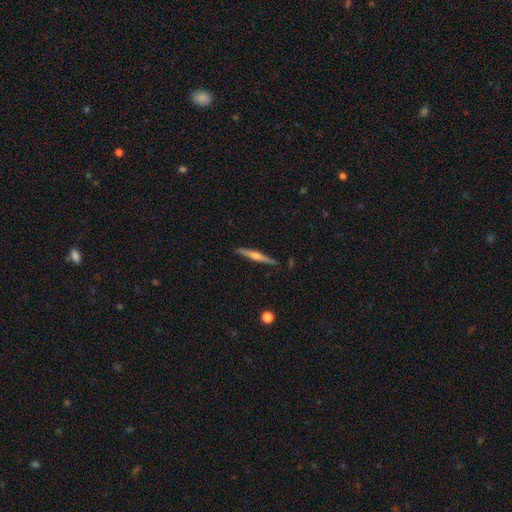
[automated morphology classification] Smooth or featured: featured or disk — 67% (smooth — 27%)
Edge-on disk: yes — 98% (no — 2%)
Edge-on bulge: rounded — 76% (boxy — 13%)
Merging: none — 89% (minor disturbance — 8%)